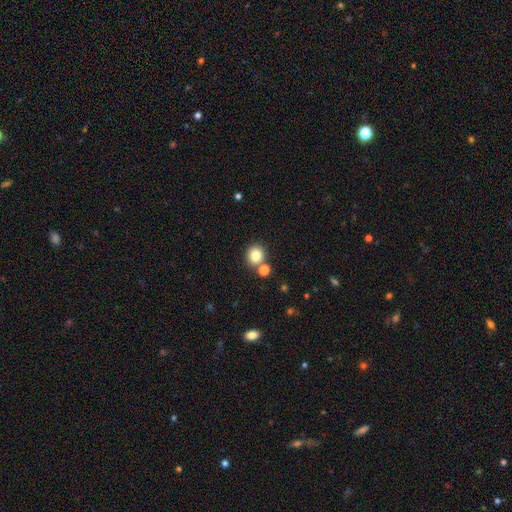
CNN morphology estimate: This is clearly a smooth galaxy (82%). How rounded: clearly round (86%). Merging: likely none (74%).